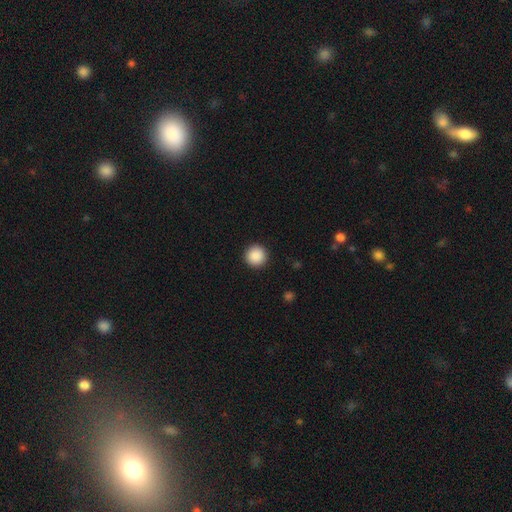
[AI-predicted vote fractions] Smooth or featured?
  - smooth: 90% *
  - star or artifact: 8%
  - featured or disk: 3%
How rounded?
  - round: 96% *
  - in between: 3%
  - cigar-shaped: 1%
Merging?
  - none: 93% *
  - minor disturbance: 5%
  - major disturbance: 2%
  - merger: 1%